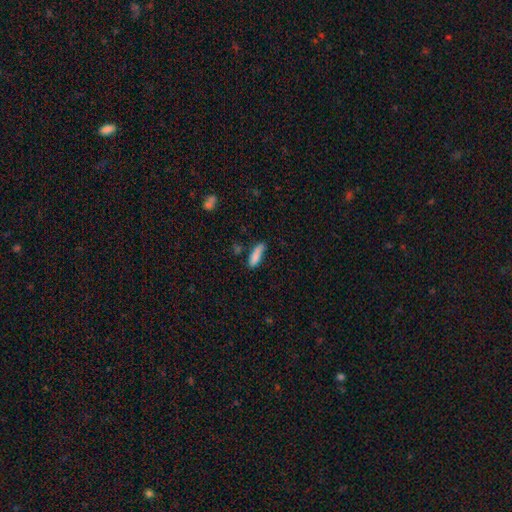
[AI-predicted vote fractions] Smooth or featured: smooth — 83% (featured or disk — 10%)
How rounded: cigar-shaped — 59% (in between — 39%)
Merging: none — 59% (minor disturbance — 27%)